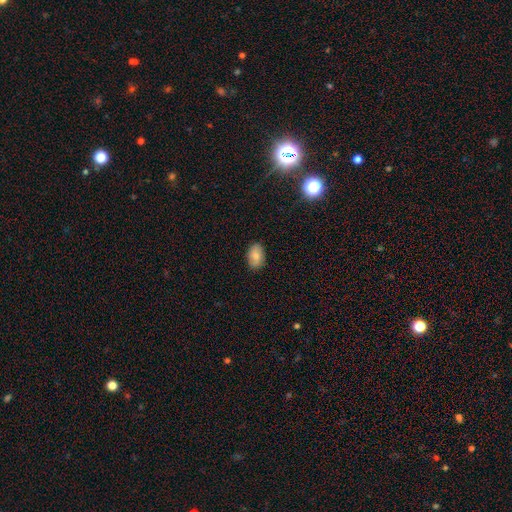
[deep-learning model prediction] Morphology: type=smooth (81%); roundness=in between (89%); merging=none (87%).